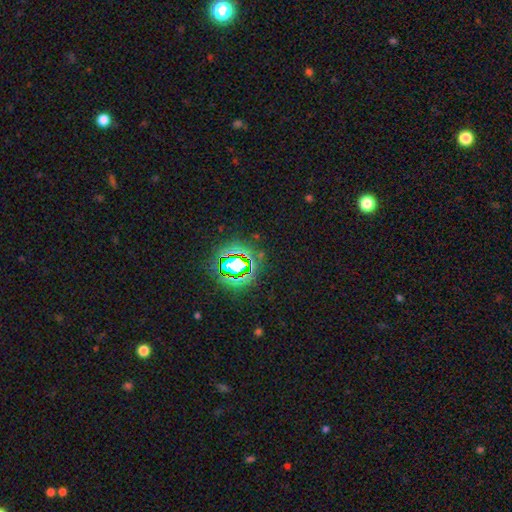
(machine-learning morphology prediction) Q: Smooth or featured?
A: star or artifact (79%); runner-up: smooth (13%)